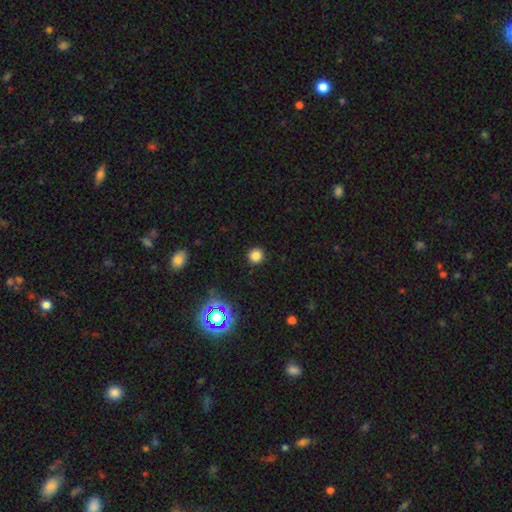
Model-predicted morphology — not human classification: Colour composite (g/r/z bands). It shows a smooth galaxy with no disk features (80%) that is round (94%). Merging: none (92%).